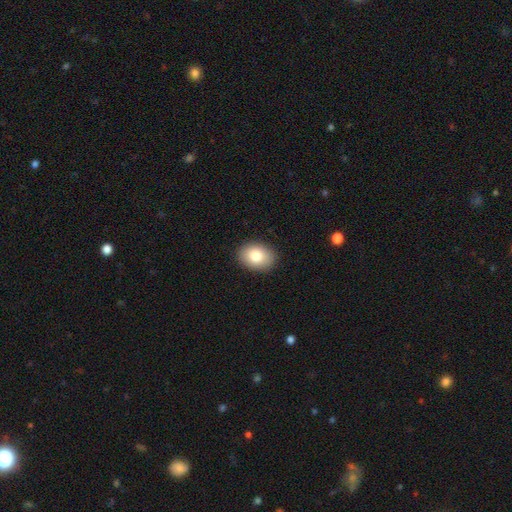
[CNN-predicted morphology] Smooth or featured? Predicted: smooth (p=0.82). How rounded? Predicted: in between (p=0.72). Merging? Predicted: none (p=0.90).